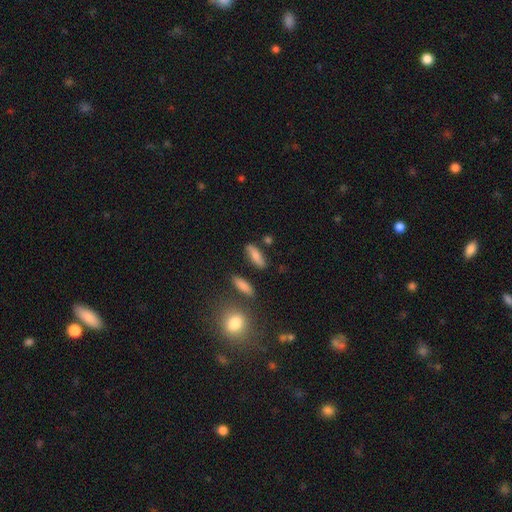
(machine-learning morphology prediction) The model was most divided on "how rounded": in between: 54%, cigar-shaped: 42%, round: 4%. More confident: merging — none (81%); smooth or featured — smooth (73%).